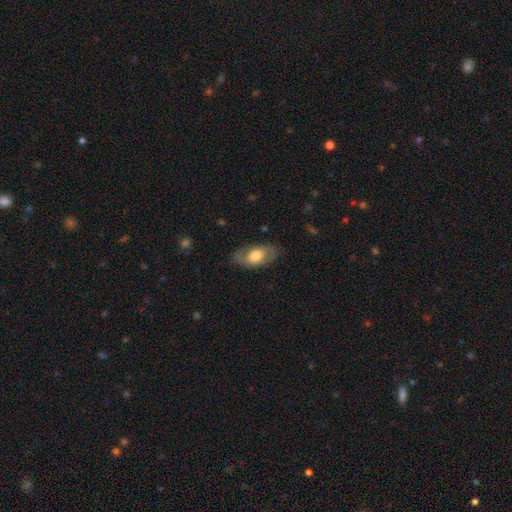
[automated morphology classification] Smooth or featured? Predicted: featured or disk (p=0.48). Merging? Predicted: none (p=0.74).